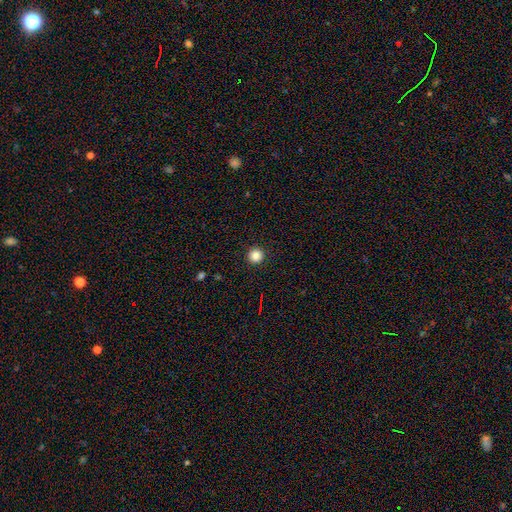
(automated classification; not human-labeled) Overall: smooth (84%). How rounded: round (96%). Merging: none (93%).